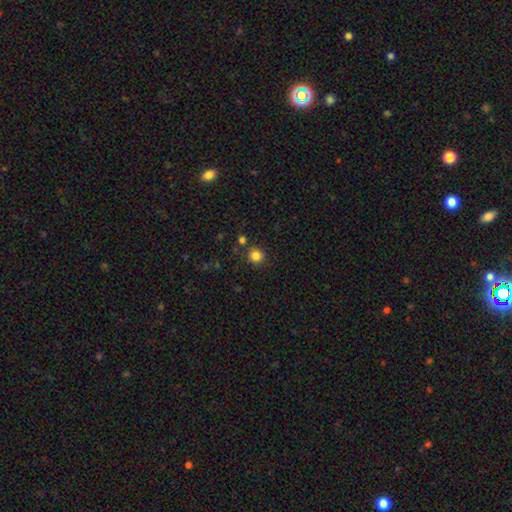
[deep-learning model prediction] Smooth or featured? smooth (83%)
How rounded? round (93%)
Merging? none (84%)